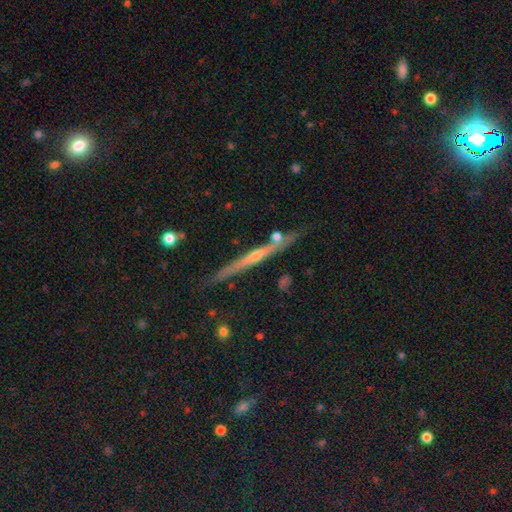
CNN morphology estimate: smooth_or_featured: featured or disk (p=0.69) [alt: smooth p=0.23]
disk_edge_on: yes (p=0.96) [alt: no p=0.04]
edge_on_bulge: rounded (p=0.55) [alt: none p=0.40]
merging: none (p=0.81) [alt: minor disturbance p=0.12]